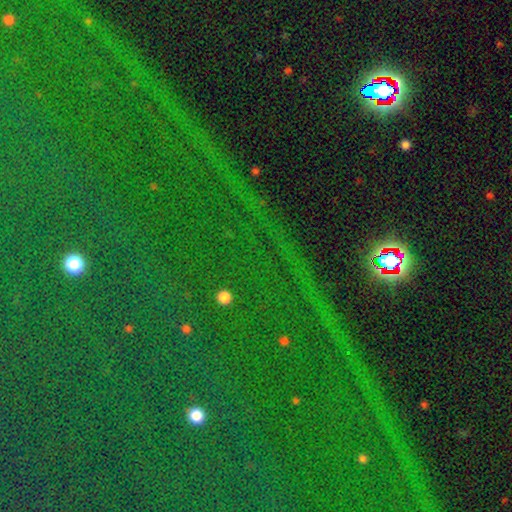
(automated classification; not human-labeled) smooth_or_featured: star or artifact (p=0.84) [alt: smooth p=0.08]